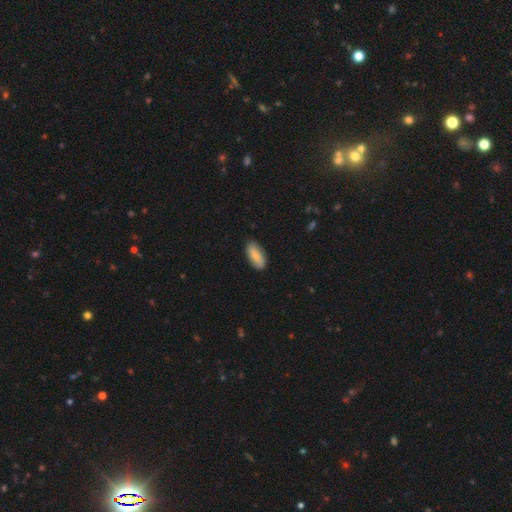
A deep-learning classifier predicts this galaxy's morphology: Smooth or featured: smooth — 79% (featured or disk — 16%)
How rounded: in between — 83% (cigar-shaped — 14%)
Merging: none — 84% (minor disturbance — 12%)